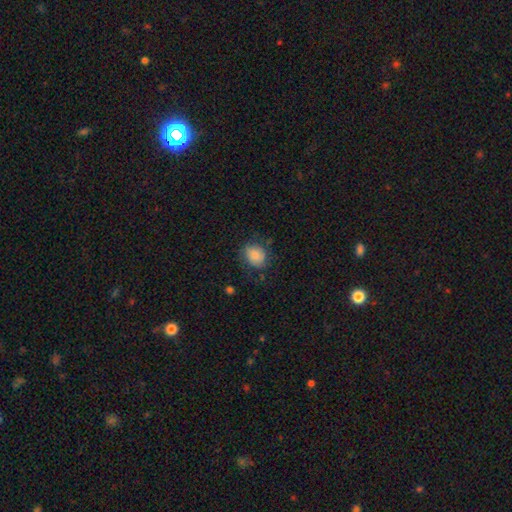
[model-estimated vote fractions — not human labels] This appears to be a smooth galaxy with no disk features (81%) that is round (58%). Merging: none (69%).